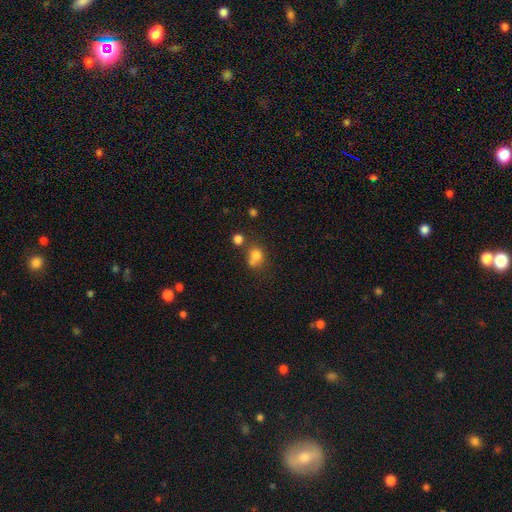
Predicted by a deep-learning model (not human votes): smooth-or-featured: smooth: 77% | star or artifact: 14% | featured or disk: 10%
  how-rounded: round: 71% | in between: 28% | cigar-shaped: 1%
  merging: none: 47% | merger: 29% | minor disturbance: 16% | major disturbance: 8%